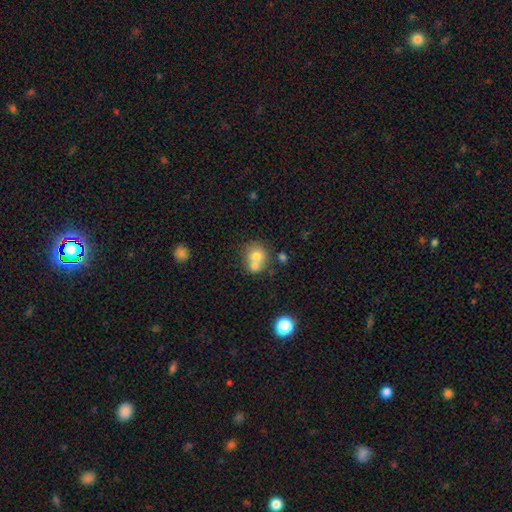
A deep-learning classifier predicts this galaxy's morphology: A smooth galaxy with no disk features (70%) that is round (80%). Merging: merger (51%).